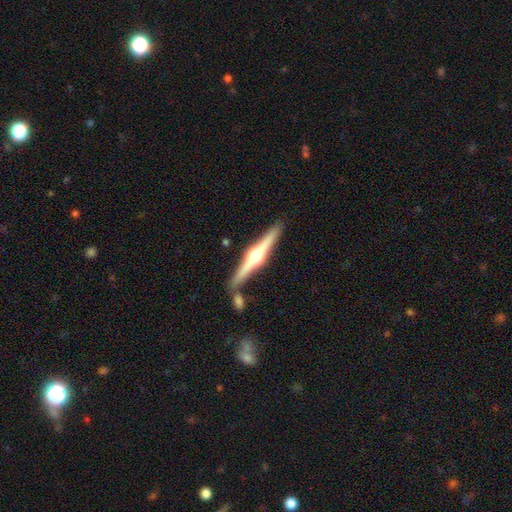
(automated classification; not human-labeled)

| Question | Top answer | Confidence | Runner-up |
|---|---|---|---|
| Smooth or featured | featured or disk | 79% | smooth (17%) |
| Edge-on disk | yes | 98% | no (2%) |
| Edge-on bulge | rounded | 94% | boxy (4%) |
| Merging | none | 80% | minor disturbance (9%) |